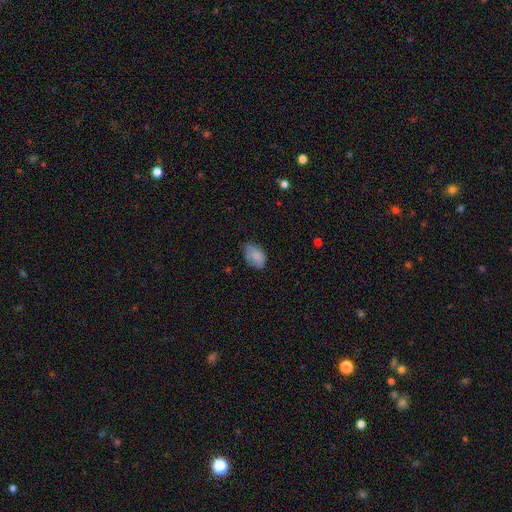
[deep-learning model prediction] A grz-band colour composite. It shows a smooth galaxy with no disk features (83%) that is in between round and cigar-shaped (85%). Merging: none (60%).